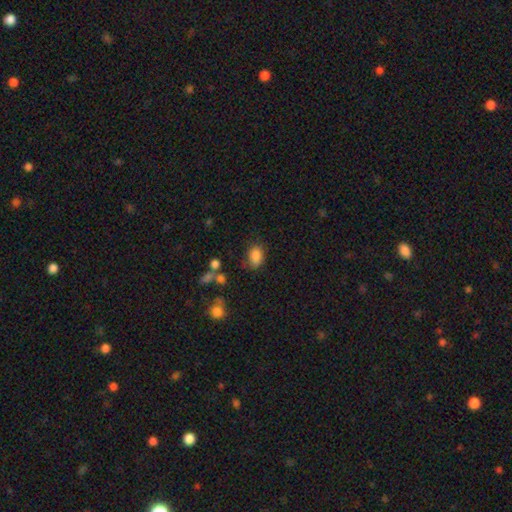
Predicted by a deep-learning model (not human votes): smooth 85%, star or artifact 10%, featured or disk 6%. Down the decision tree: how rounded — in between (81%); merging — none (69%).